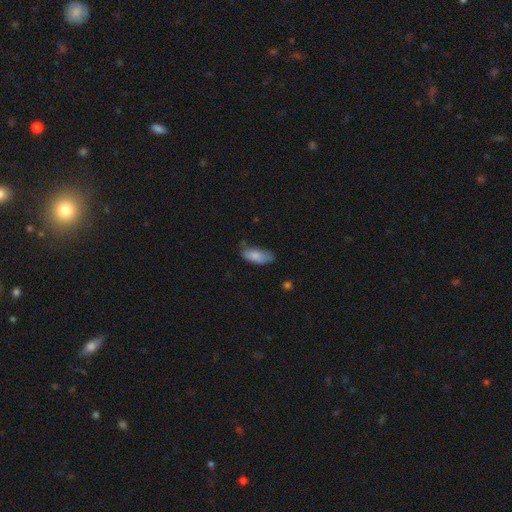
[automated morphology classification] This appears to be a smooth galaxy with no disk features (82%) that is in between round and cigar-shaped (84%). Merging: none (51%).